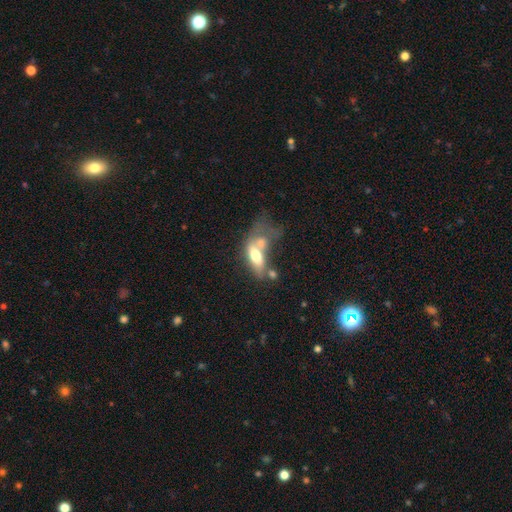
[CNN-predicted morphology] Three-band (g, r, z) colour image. It shows a smooth galaxy with no disk features (54%) that is in between round and cigar-shaped (72%). Merging: merger (52%).